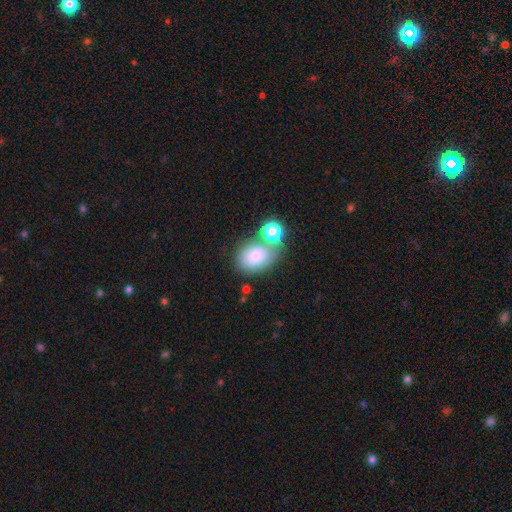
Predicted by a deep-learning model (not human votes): Smooth or featured? Predicted: smooth (p=0.76). How rounded? Predicted: in between (p=0.68). Merging? Predicted: none (p=0.48).